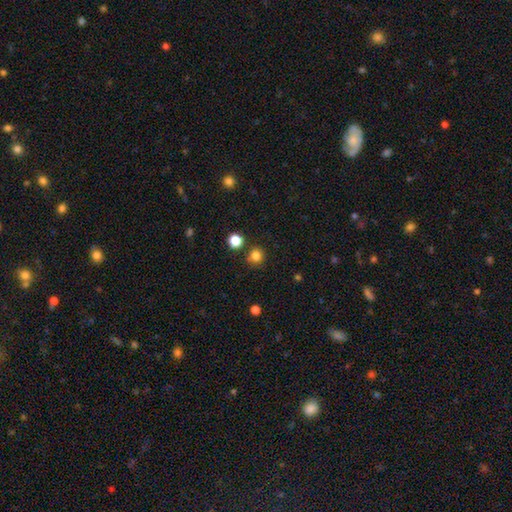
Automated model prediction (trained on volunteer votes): Overall: smooth (82%). How rounded: round (89%). Merging: none (83%).